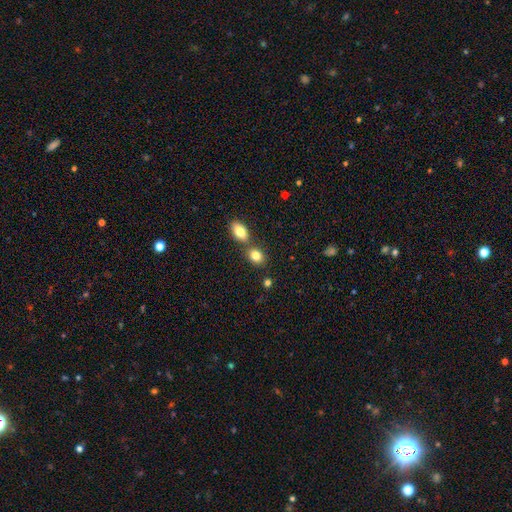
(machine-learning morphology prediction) Smooth or featured? smooth (82%)
How rounded? in between (59%)
Merging? none (58%)